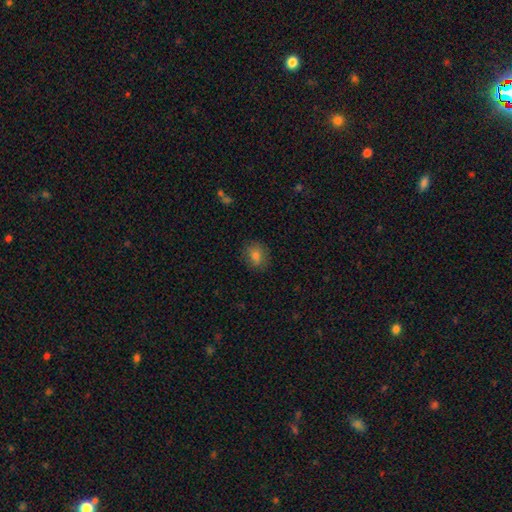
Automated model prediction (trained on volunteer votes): smooth 81%, star or artifact 10%, featured or disk 9%. Down the decision tree: how rounded — round (63%); merging — none (85%).